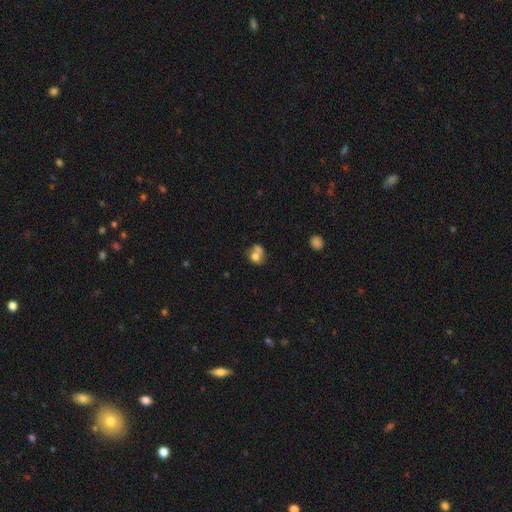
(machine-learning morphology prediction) A smooth galaxy with no disk features (71%) that is round (65%).

Vote fractions:
- Smooth or featured? smooth: 71% / featured or disk: 19% / star or artifact: 10%
- How rounded? round: 65% / in between: 34% / cigar-shaped: 1%
- Merging? merger: 57% / none: 27% / minor disturbance: 10% / major disturbance: 6%